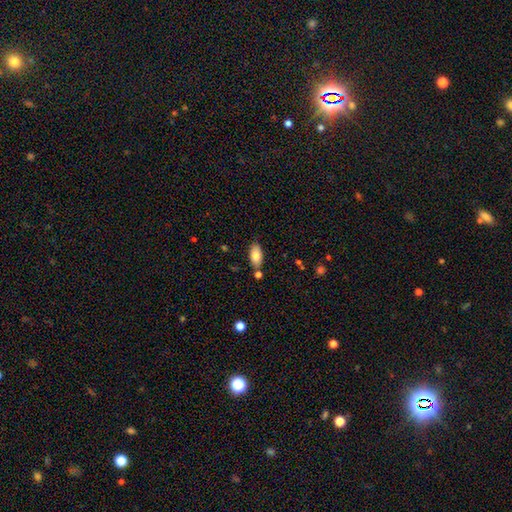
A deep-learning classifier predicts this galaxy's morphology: type=smooth (81%); roundness=in between (92%); merging=none (77%).